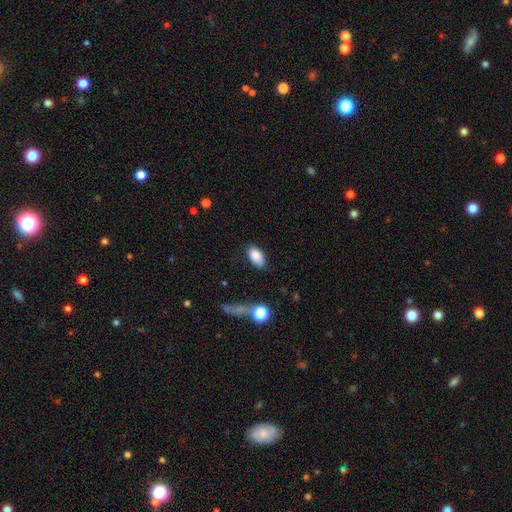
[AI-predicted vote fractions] The model was most divided on "merging": none: 75%, minor disturbance: 18%, major disturbance: 4%, merger: 2%. More confident: how rounded — in between (93%); smooth or featured — smooth (86%).